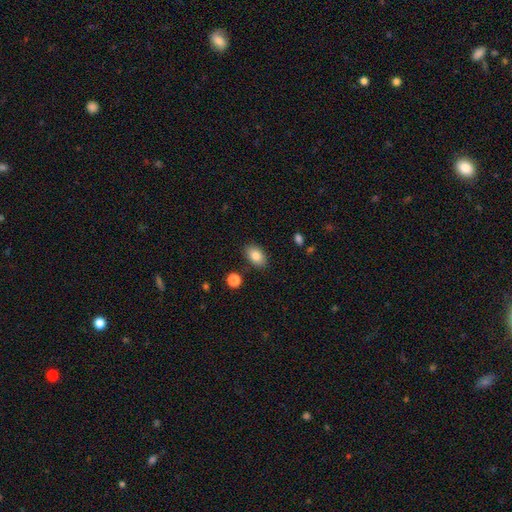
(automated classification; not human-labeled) Smooth or featured? Predicted: smooth (p=0.85). How rounded? Predicted: in between (p=0.88). Merging? Predicted: none (p=0.86).